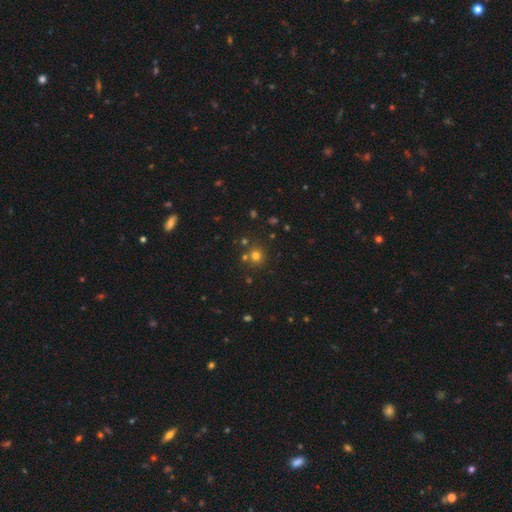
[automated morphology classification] This appears to be a smooth galaxy with no disk features (70%) that is round (89%). Merging: none (76%).